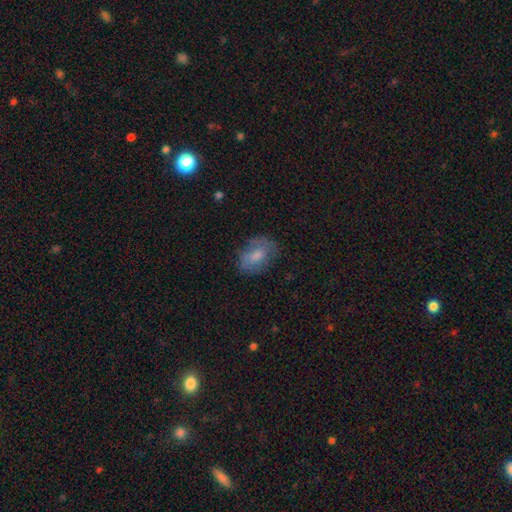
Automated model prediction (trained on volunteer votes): A smooth galaxy with no disk features (64%) that is in between round and cigar-shaped (82%). Merging: none (67%).